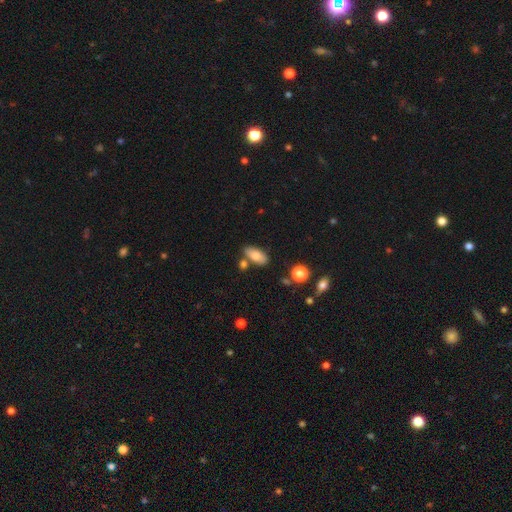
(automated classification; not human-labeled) The model was most divided on "merging": none: 73%, minor disturbance: 14%, merger: 10%, major disturbance: 3%. More confident: how rounded — in between (89%); smooth or featured — smooth (82%).